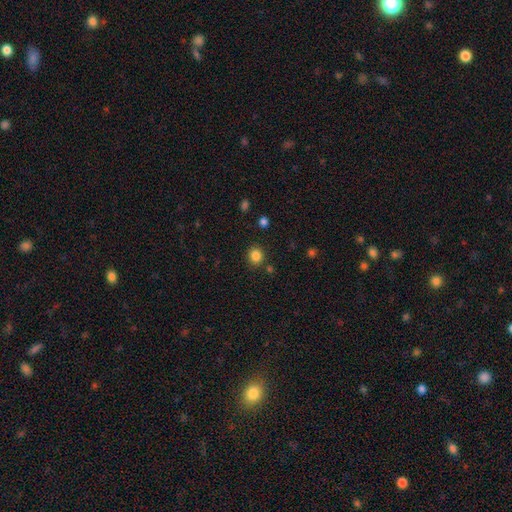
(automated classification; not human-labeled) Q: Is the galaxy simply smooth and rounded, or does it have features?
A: smooth — 84%.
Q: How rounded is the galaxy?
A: round — 82%.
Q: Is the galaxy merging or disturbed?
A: none — 85%.